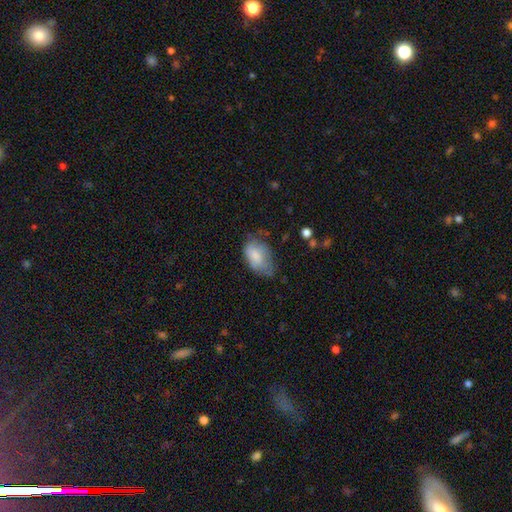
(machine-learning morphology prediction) smooth_or_featured: smooth (p=0.74) [alt: featured or disk p=0.19]
how_rounded: in between (p=0.90) [alt: round p=0.09]
merging: none (p=0.40) [alt: minor disturbance p=0.39]